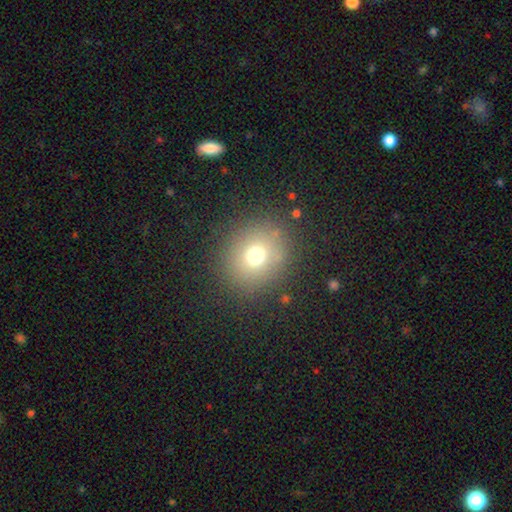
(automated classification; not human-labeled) A smooth galaxy with no disk features (72%) that is round (81%).

Vote fractions:
- Smooth or featured? smooth: 72% / star or artifact: 16% / featured or disk: 12%
- How rounded? round: 81% / in between: 18% / cigar-shaped: 1%
- Merging? none: 85% / minor disturbance: 9% / major disturbance: 5% / merger: 2%